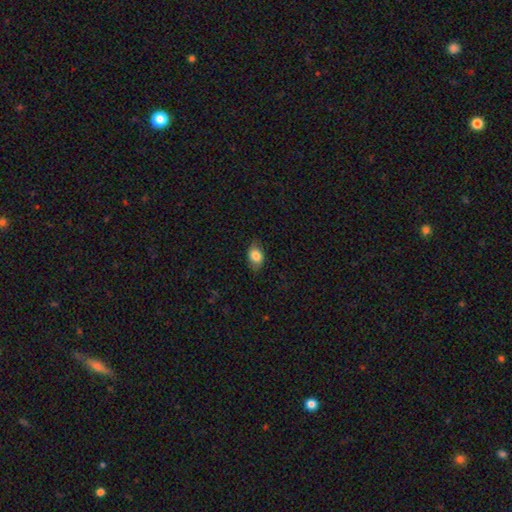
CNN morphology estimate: smooth 80%, featured or disk 12%, star or artifact 8%. Down the decision tree: how rounded — in between (78%); merging — none (77%).